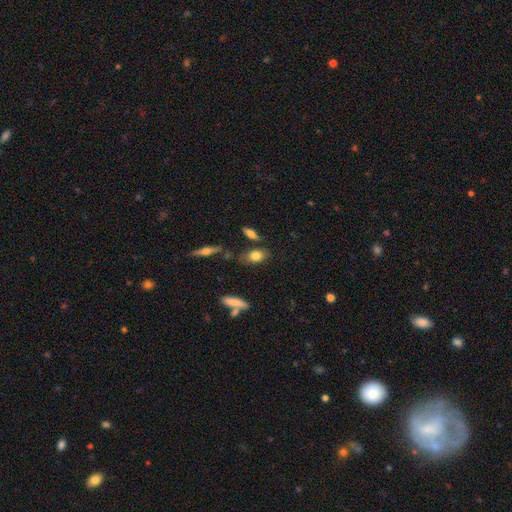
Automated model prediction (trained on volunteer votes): Overall: smooth (79%). How rounded: in between (80%). Merging: none (70%).